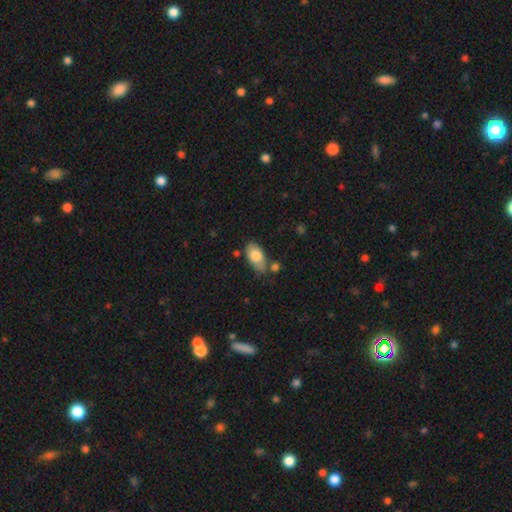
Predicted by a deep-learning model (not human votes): The model was most divided on "merging": none: 64%, minor disturbance: 20%, merger: 11%, major disturbance: 5%. More confident: how rounded — in between (93%); smooth or featured — smooth (76%).